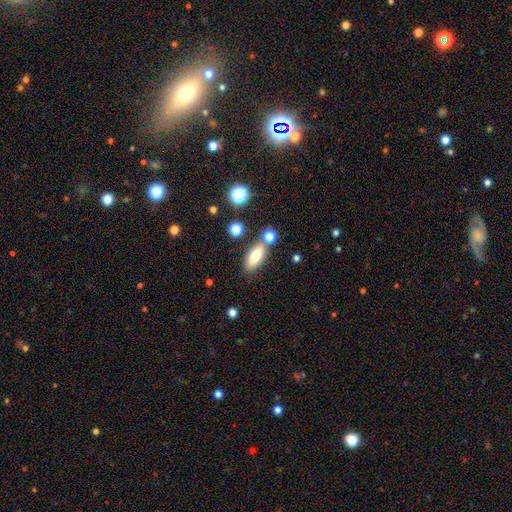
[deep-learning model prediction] smooth_or_featured: smooth (p=0.70) [alt: featured or disk p=0.21]
how_rounded: in between (p=0.68) [alt: cigar-shaped p=0.27]
merging: none (p=0.72) [alt: merger p=0.13]